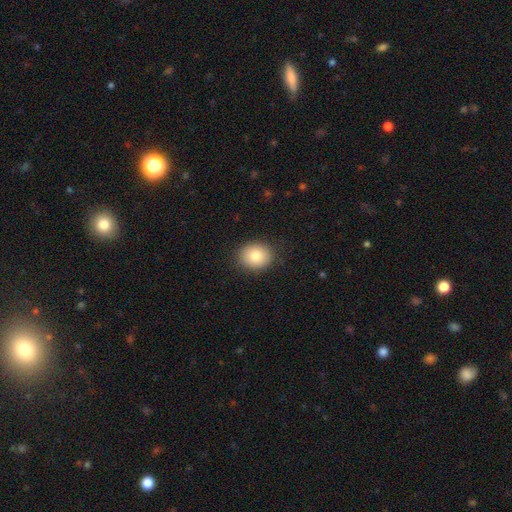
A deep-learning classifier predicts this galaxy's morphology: This appears to be a smooth galaxy with no disk features (84%) that is round (61%). Merging: none (87%).